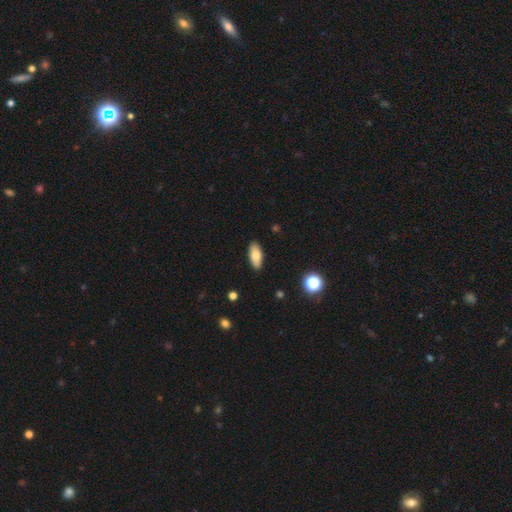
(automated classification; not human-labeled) A smooth galaxy with no disk features (78%) that is in between round and cigar-shaped (85%).

Vote fractions:
- Smooth or featured? smooth: 78% / featured or disk: 15% / star or artifact: 7%
- How rounded? in between: 85% / cigar-shaped: 12% / round: 3%
- Merging? none: 89% / minor disturbance: 8% / major disturbance: 2% / merger: 1%